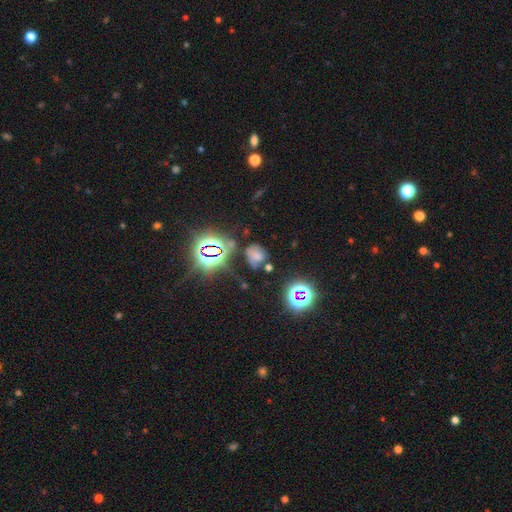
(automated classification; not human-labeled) Smooth or featured: smooth — 46% (star or artifact — 38%)
Merging: none — 48% (minor disturbance — 25%)